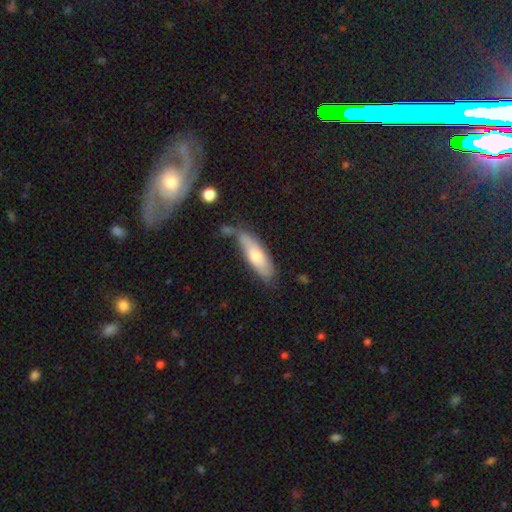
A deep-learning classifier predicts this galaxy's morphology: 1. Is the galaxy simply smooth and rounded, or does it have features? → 67% smooth, 27% featured or disk, 6% star or artifact.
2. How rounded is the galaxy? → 50% cigar-shaped, 48% in between, 2% round.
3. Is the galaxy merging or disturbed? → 55% none, 27% minor disturbance, 10% merger, 8% major disturbance.